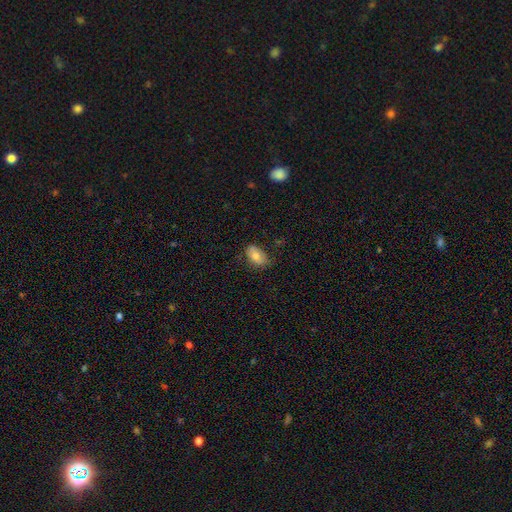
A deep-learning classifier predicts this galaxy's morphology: Smooth or featured: smooth — 74% (featured or disk — 18%)
How rounded: in between — 91% (round — 8%)
Merging: none — 70% (minor disturbance — 24%)